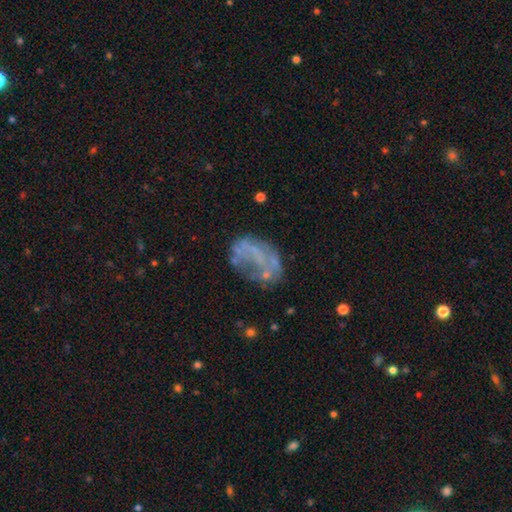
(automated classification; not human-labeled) Q: Smooth or featured?
A: featured or disk (57%); runner-up: smooth (27%)
Q: Edge-on disk?
A: no (97%); runner-up: yes (3%)
Q: Bar?
A: no (85%); runner-up: weak (10%)
Q: Spiral arms?
A: no (83%); runner-up: yes (17%)
Q: Bulge size?
A: none (81%); runner-up: small (11%)
Q: Merging?
A: none (44%); runner-up: major disturbance (28%)